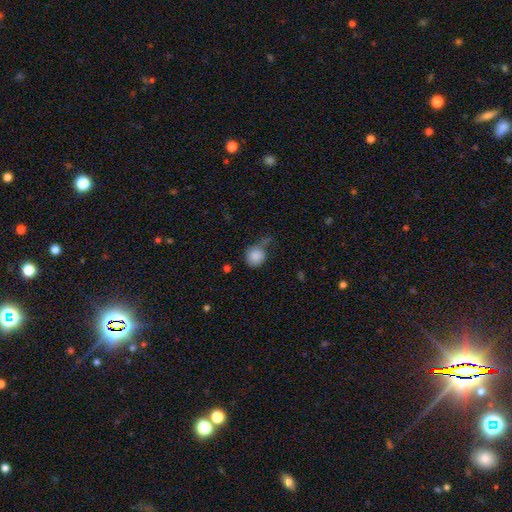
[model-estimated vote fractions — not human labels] Smooth or featured? smooth (85%)
How rounded? round (84%)
Merging? none (40%)